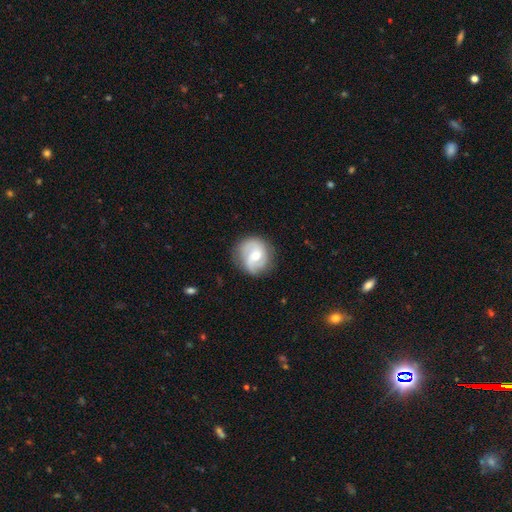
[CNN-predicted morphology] smooth-or-featured: featured or disk: 71% | smooth: 23% | star or artifact: 6%
  disk-edge-on: no: 98% | yes: 2%
    bar: no: 50% | weak: 40% | strong: 10%
    has-spiral-arms: yes: 92% | no: 8%
      spiral-winding: medium: 46% | tight: 29% | loose: 25%
      spiral-arm-count: 2: 60% | 3: 16% | can't tell: 13% | 1: 5% | 4: 3% | more than 4: 2%
    bulge-size: moderate: 62% | small: 33% | large: 3% | none: 1% | dominant: 1%
  merging: none: 77% | minor disturbance: 16% | major disturbance: 6% | merger: 1%